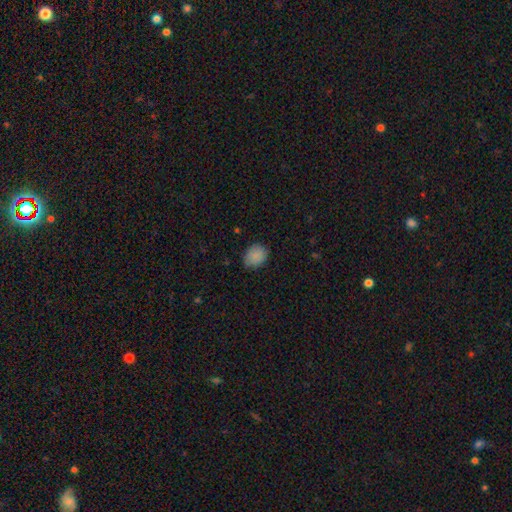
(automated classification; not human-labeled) smooth 85%, star or artifact 8%, featured or disk 7%. Down the decision tree: how rounded — round (53%); merging — none (75%).